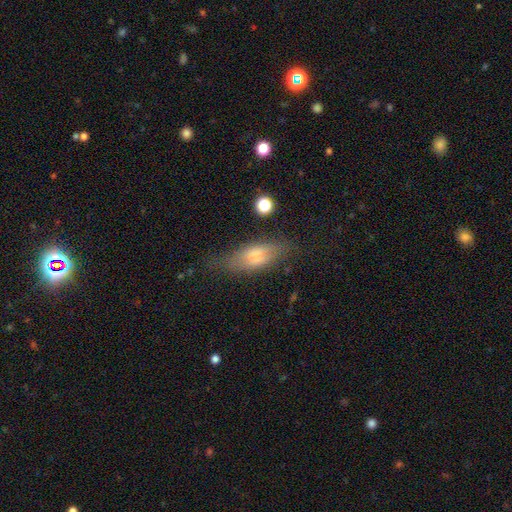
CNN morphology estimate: Smooth or featured: smooth — 54% (featured or disk — 37%)
How rounded: in between — 61% (cigar-shaped — 35%)
Merging: none — 66% (minor disturbance — 23%)